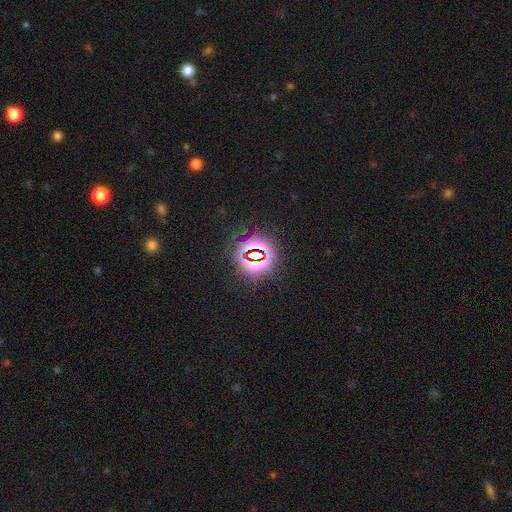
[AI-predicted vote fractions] Smooth or featured: star or artifact — 77% (smooth — 14%)